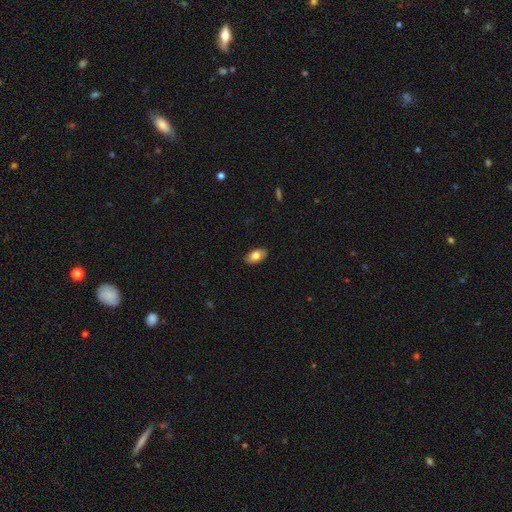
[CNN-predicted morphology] Smooth or featured?
  - smooth: 79% *
  - featured or disk: 14%
  - star or artifact: 7%
How rounded?
  - in between: 93% *
  - round: 5%
  - cigar-shaped: 2%
Merging?
  - none: 88% *
  - minor disturbance: 9%
  - major disturbance: 2%
  - merger: 1%